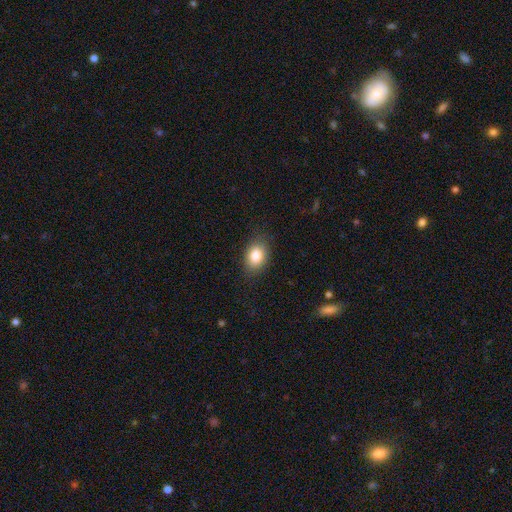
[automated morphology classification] type=smooth (84%); roundness=in between (78%); merging=none (85%).